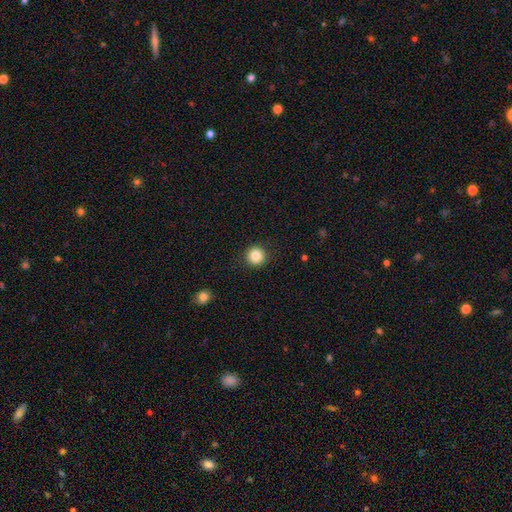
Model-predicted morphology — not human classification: Q: Smooth or featured?
A: smooth (85%); runner-up: star or artifact (10%)
Q: How rounded?
A: round (95%); runner-up: in between (4%)
Q: Merging?
A: none (91%); runner-up: minor disturbance (6%)